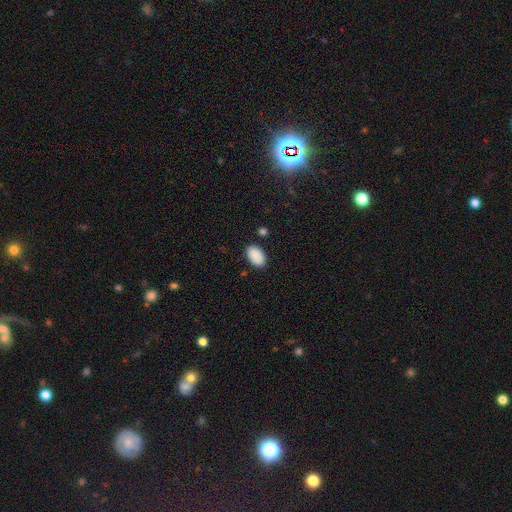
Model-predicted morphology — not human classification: Smooth or featured?
  - smooth: 91% *
  - star or artifact: 7%
  - featured or disk: 3%
How rounded?
  - in between: 93% *
  - round: 6%
  - cigar-shaped: 1%
Merging?
  - none: 85% *
  - minor disturbance: 10%
  - major disturbance: 2%
  - merger: 2%